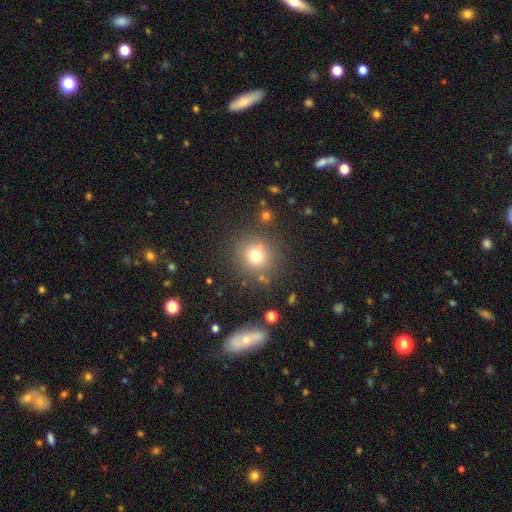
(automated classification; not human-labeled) Q: Smooth or featured?
A: smooth (73%); runner-up: star or artifact (16%)
Q: How rounded?
A: round (90%); runner-up: in between (9%)
Q: Merging?
A: none (79%); runner-up: minor disturbance (9%)